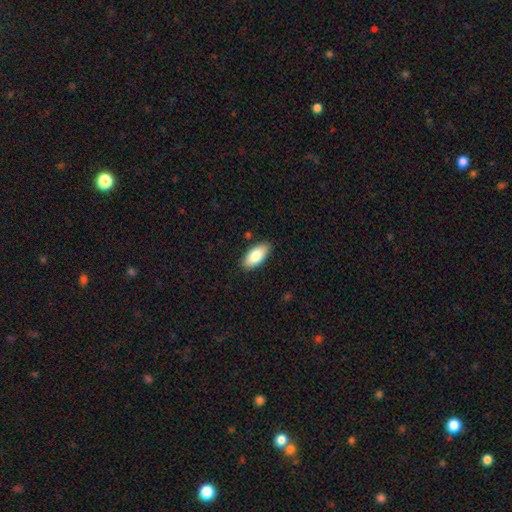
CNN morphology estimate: Overall: smooth (81%). How rounded: in between (89%). Merging: none (87%).